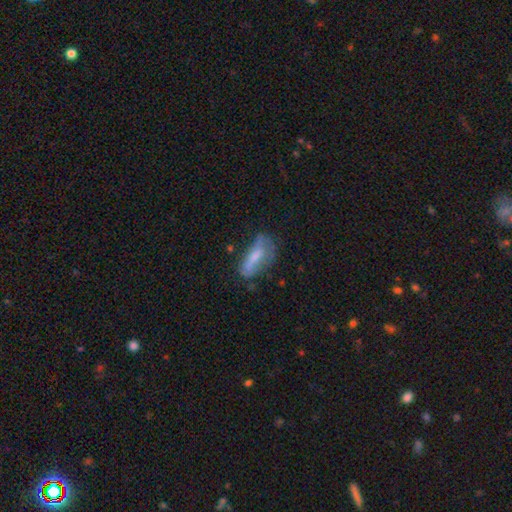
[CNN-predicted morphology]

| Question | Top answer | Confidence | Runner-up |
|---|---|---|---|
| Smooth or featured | smooth | 51% | featured or disk (40%) |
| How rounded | in between | 61% | cigar-shaped (36%) |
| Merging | none | 48% | minor disturbance (29%) |